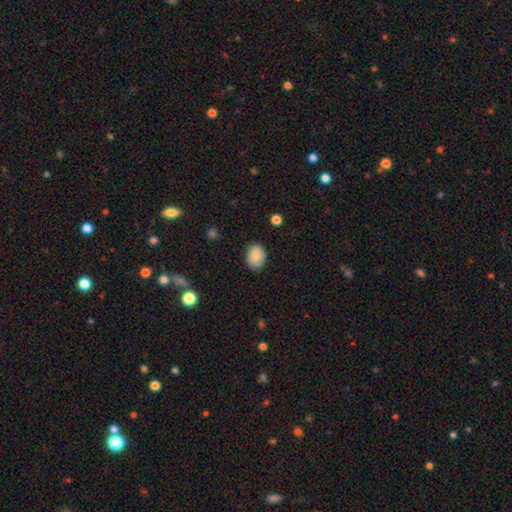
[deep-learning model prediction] Smooth or featured? Predicted: smooth (p=0.85). How rounded? Predicted: in between (p=0.60). Merging? Predicted: none (p=0.83).